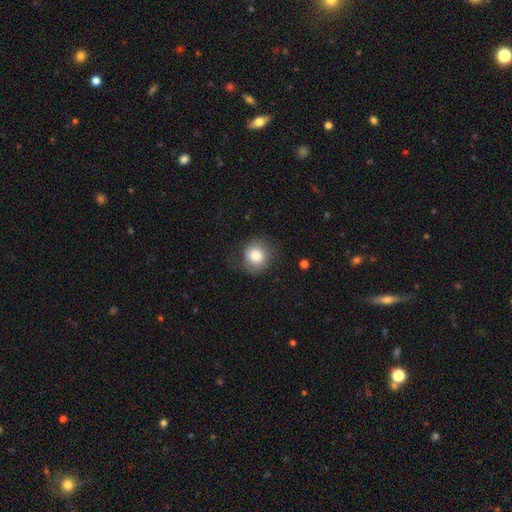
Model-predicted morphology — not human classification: type=smooth (80%); roundness=round (83%); merging=none (67%).